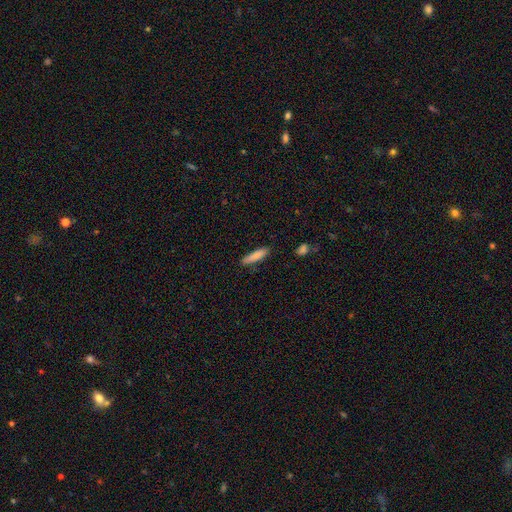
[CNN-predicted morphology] Smooth or featured? smooth (84%)
How rounded? cigar-shaped (80%)
Merging? none (86%)